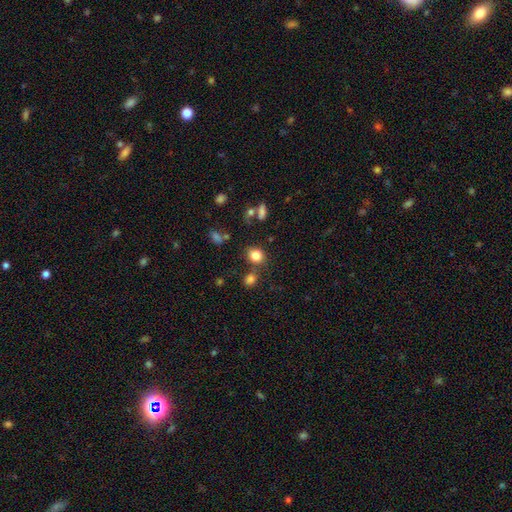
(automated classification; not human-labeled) Overall: smooth (82%). How rounded: round (69%; in between 30%). Merging: none (71%).